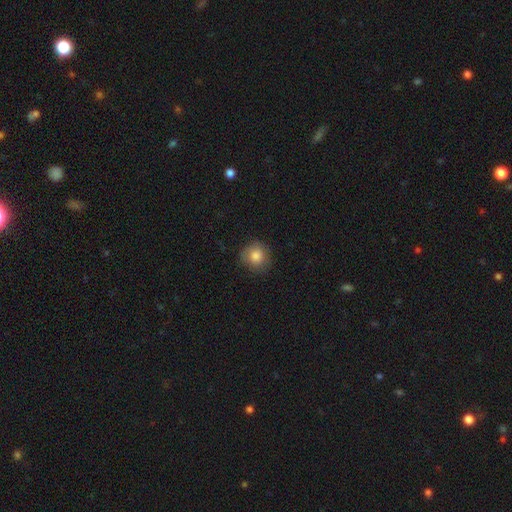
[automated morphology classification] This appears to be a smooth galaxy with no disk features (83%) that is round (89%). Merging: none (80%).